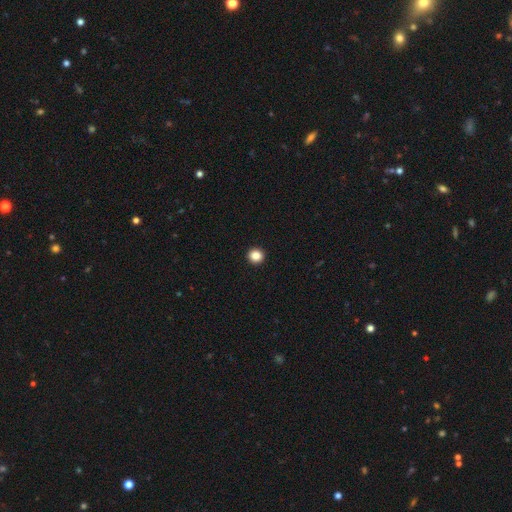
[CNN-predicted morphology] This appears to be a smooth galaxy with no disk features (86%) that is round (95%). Merging: none (94%).